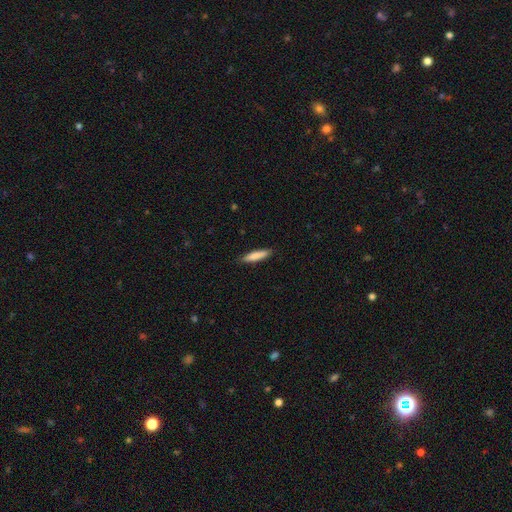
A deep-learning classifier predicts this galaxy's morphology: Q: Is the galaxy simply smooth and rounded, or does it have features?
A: smooth — 83%.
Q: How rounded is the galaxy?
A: cigar-shaped — 85%.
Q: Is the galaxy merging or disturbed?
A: none — 89%.